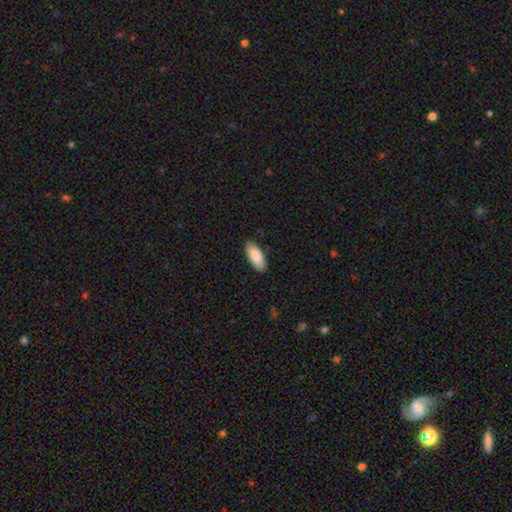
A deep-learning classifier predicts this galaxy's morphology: Smooth or featured? Predicted: smooth (p=0.87). How rounded? Predicted: in between (p=0.86). Merging? Predicted: none (p=0.87).